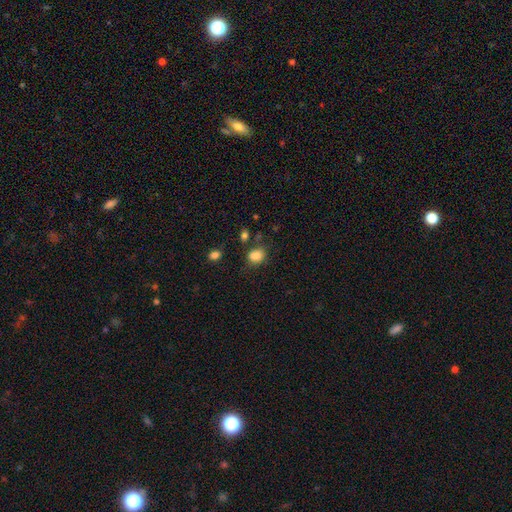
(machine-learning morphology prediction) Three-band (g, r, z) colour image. It shows a smooth galaxy with no disk features (83%) that is round (52%). Merging: none (59%).